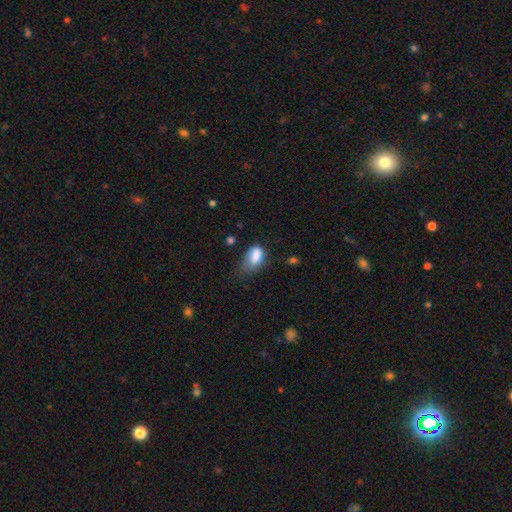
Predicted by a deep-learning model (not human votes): Smooth or featured? smooth (83%)
How rounded? in between (89%)
Merging? minor disturbance (43%)